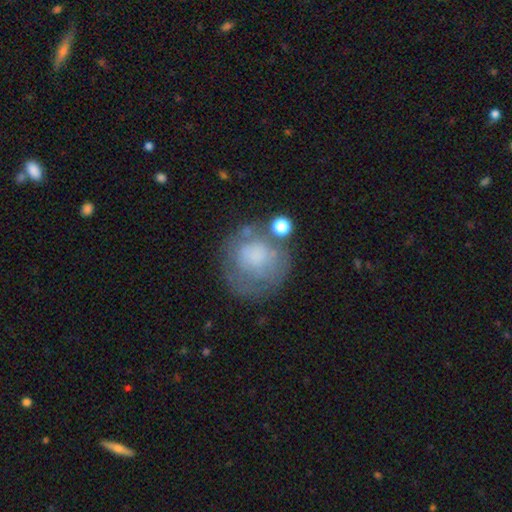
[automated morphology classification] This is possibly a smooth galaxy (55%). How rounded: clearly round (86%). Merging: possibly none (53%).